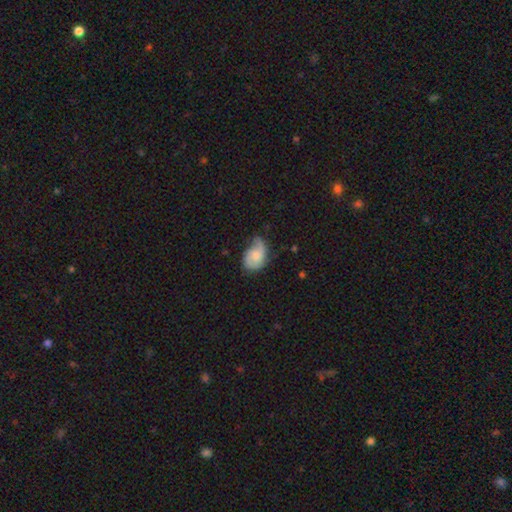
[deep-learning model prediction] smooth-or-featured: featured or disk: 49% | smooth: 44% | star or artifact: 7%
  merging: minor disturbance: 39% | none: 37% | major disturbance: 21% | merger: 2%